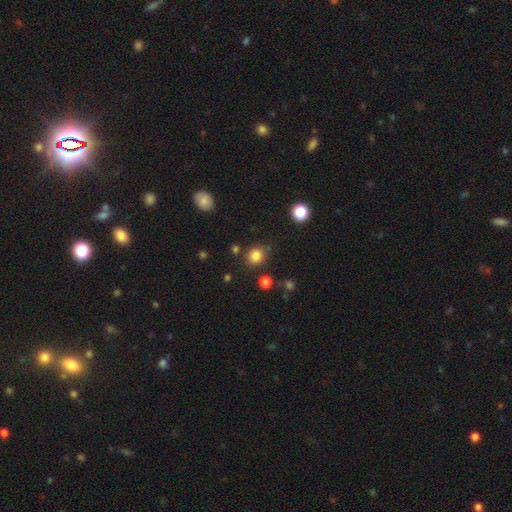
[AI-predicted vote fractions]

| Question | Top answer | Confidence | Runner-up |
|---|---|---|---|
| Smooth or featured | smooth | 83% | star or artifact (13%) |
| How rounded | round | 81% | in between (18%) |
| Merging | none | 80% | minor disturbance (11%) |